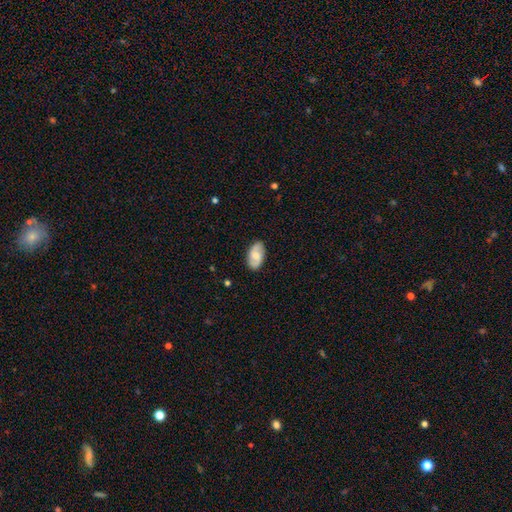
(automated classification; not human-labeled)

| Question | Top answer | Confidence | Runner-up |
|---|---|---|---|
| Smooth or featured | featured or disk | 49% | smooth (45%) |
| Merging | none | 85% | minor disturbance (12%) |